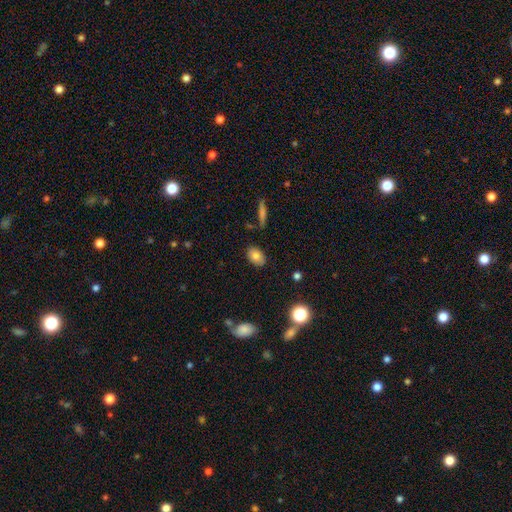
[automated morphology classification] A smooth galaxy with no disk features (79%) that is in between round and cigar-shaped (84%).

Vote fractions:
- Smooth or featured? smooth: 79% / featured or disk: 12% / star or artifact: 9%
- How rounded? in between: 84% / round: 14% / cigar-shaped: 2%
- Merging? none: 85% / minor disturbance: 11% / major disturbance: 2% / merger: 2%